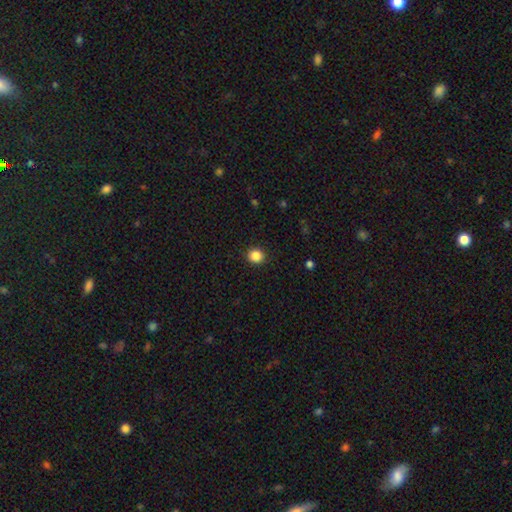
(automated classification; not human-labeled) The model was most divided on "how rounded": round: 84%, in between: 15%, cigar-shaped: 1%. More confident: merging — none (92%); smooth or featured — smooth (86%).